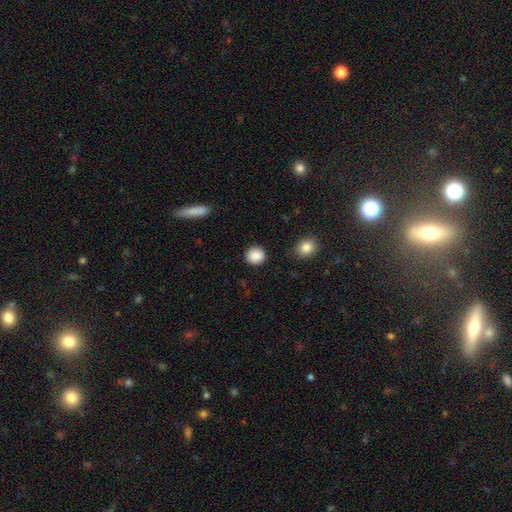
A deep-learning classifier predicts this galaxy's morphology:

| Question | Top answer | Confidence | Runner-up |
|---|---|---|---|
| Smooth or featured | smooth | 89% | star or artifact (8%) |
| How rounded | round | 88% | in between (11%) |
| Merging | none | 89% | minor disturbance (7%) |